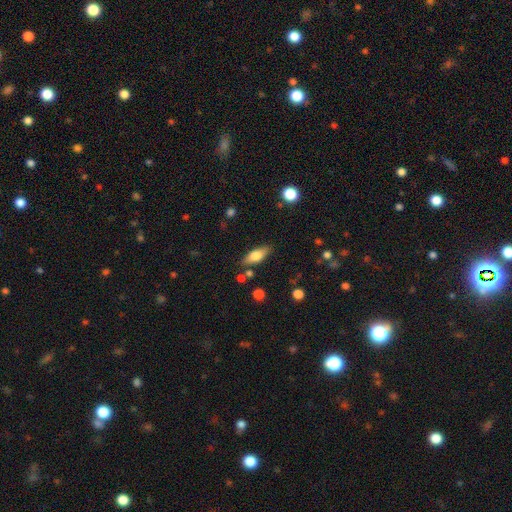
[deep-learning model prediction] A smooth galaxy with no disk features (63%) that is in between round and cigar-shaped (71%).

Vote fractions:
- Smooth or featured? smooth: 63% / featured or disk: 30% / star or artifact: 7%
- How rounded? in between: 71% / cigar-shaped: 25% / round: 4%
- Merging? none: 80% / minor disturbance: 13% / merger: 4% / major disturbance: 3%